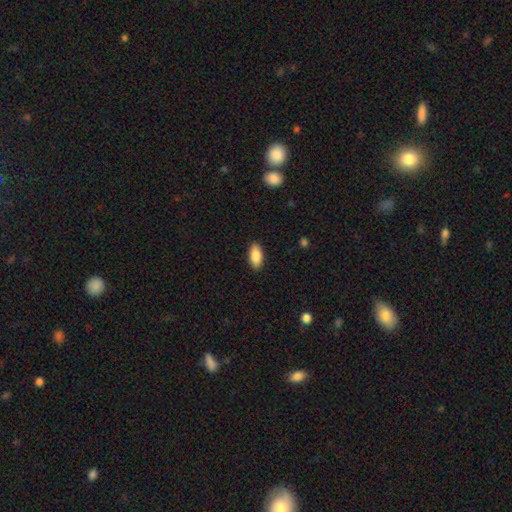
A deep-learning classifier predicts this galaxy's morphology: smooth_or_featured: smooth (p=0.87) [alt: featured or disk p=0.07]
how_rounded: in between (p=0.92) [alt: cigar-shaped p=0.05]
merging: none (p=0.89) [alt: minor disturbance p=0.08]